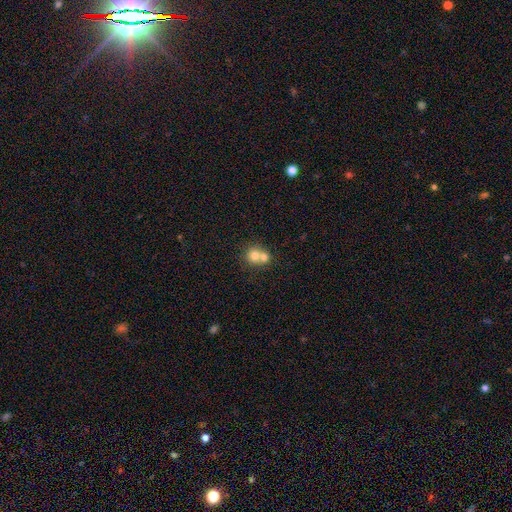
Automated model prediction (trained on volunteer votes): smooth_or_featured: smooth (p=0.72) [alt: featured or disk p=0.17]
how_rounded: round (p=0.82) [alt: in between p=0.17]
merging: merger (p=0.58) [alt: none p=0.34]